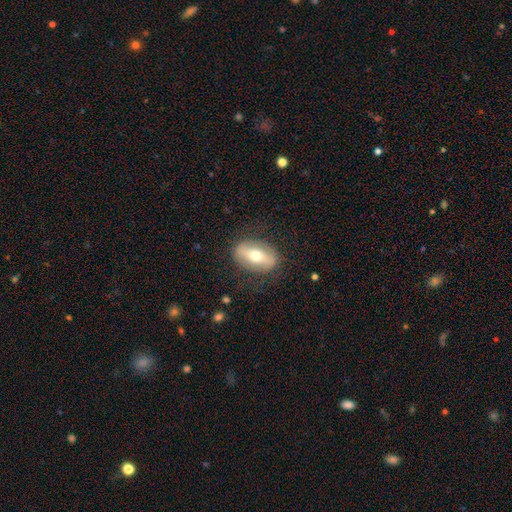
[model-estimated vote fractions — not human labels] A featured or disk galaxy (49%).

Vote fractions:
- Smooth or featured? featured or disk: 49% / smooth: 45% / star or artifact: 6%
- Merging? none: 81% / minor disturbance: 13% / major disturbance: 5% / merger: 1%